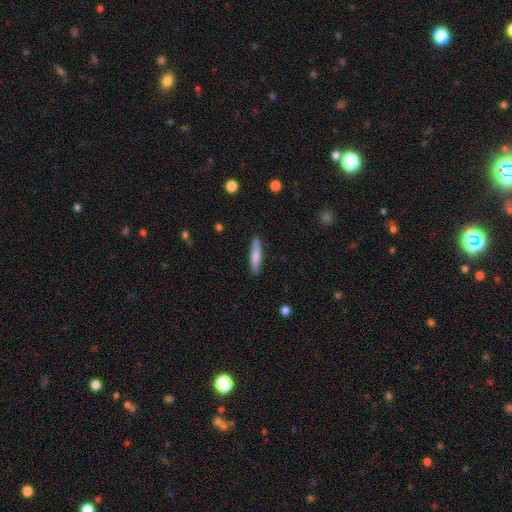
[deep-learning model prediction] A smooth galaxy with no disk features (70%) that is cigar-shaped (86%).

Vote fractions:
- Smooth or featured? smooth: 70% / featured or disk: 24% / star or artifact: 6%
- How rounded? cigar-shaped: 86% / in between: 12% / round: 1%
- Merging? none: 88% / minor disturbance: 9% / major disturbance: 2% / merger: 1%